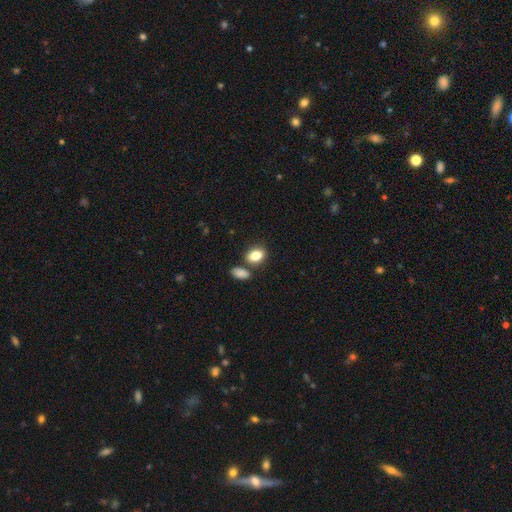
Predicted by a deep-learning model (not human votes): This is clearly a smooth galaxy (84%). How rounded: likely in between (78%). Merging: likely none (65%).